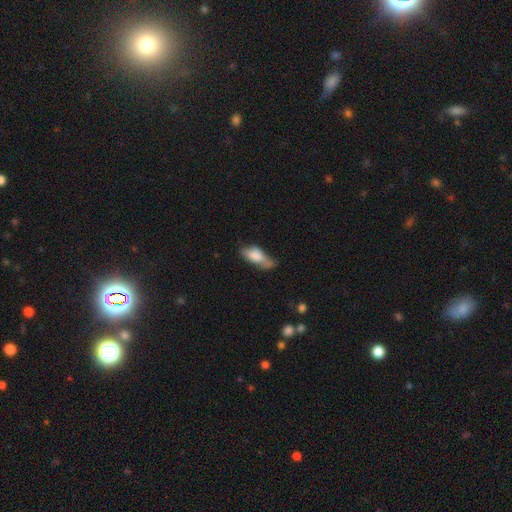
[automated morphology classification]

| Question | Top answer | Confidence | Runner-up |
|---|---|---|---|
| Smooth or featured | smooth | 73% | featured or disk (20%) |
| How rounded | in between | 76% | cigar-shaped (21%) |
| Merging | minor disturbance | 38% | none (33%) |